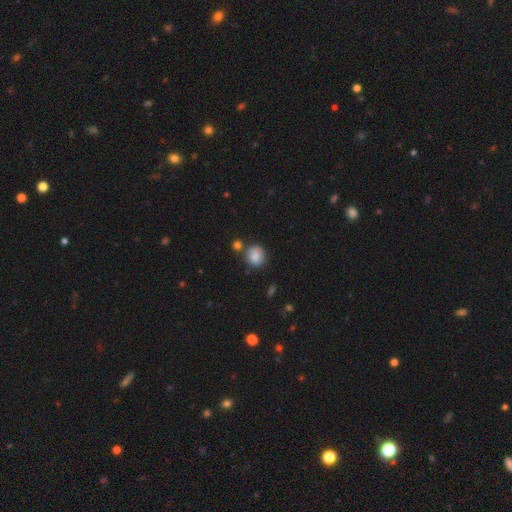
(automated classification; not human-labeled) The model was most divided on "how rounded": round: 76%, in between: 23%, cigar-shaped: 1%. More confident: smooth or featured — smooth (83%); merging — none (71%).